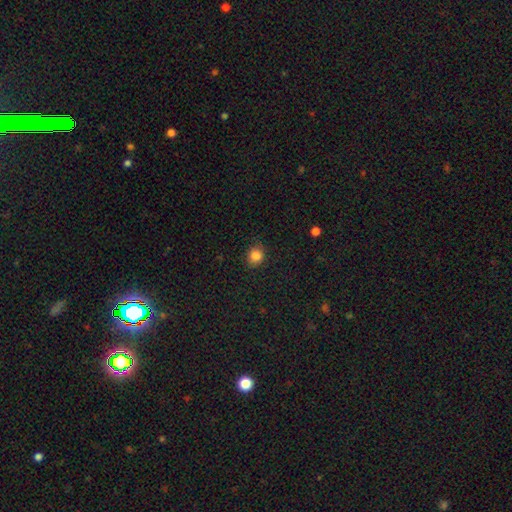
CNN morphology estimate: Smooth or featured? smooth (85%)
How rounded? round (78%)
Merging? none (85%)